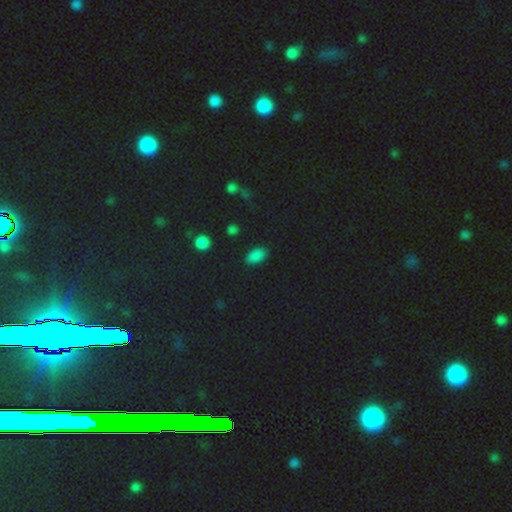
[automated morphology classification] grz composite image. It shows a smooth galaxy with no disk features (80%) that is in between round and cigar-shaped (90%). Merging: none (86%).